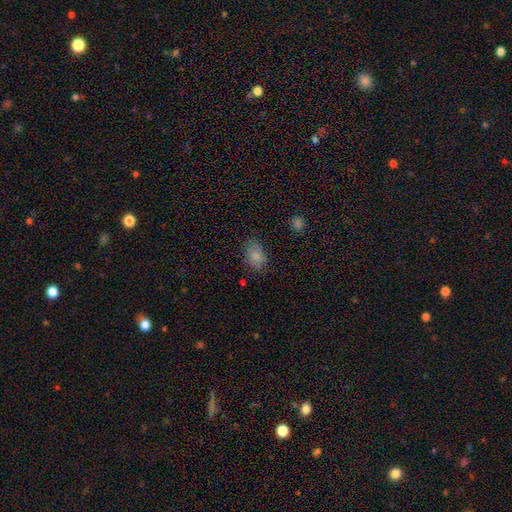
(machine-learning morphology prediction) Overall: smooth (83%). How rounded: in between (84%). Merging: none (78%).